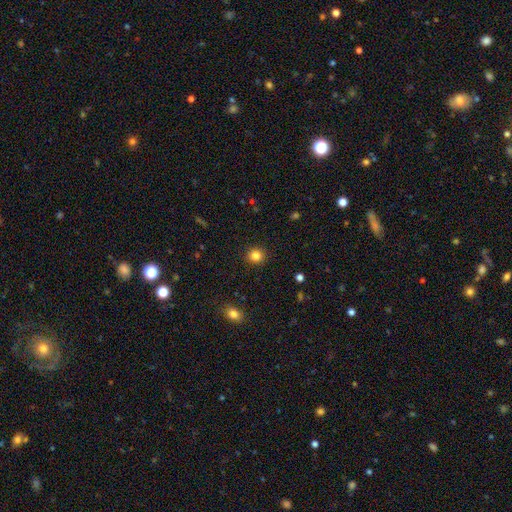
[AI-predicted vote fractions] Morphology: type=smooth (84%); roundness=round (86%); merging=none (91%).